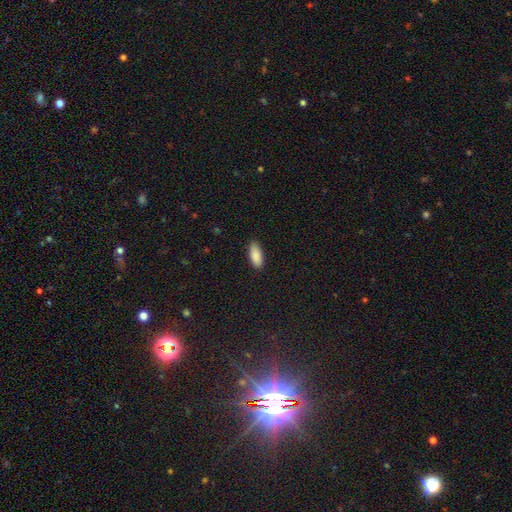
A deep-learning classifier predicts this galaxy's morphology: Q: Smooth or featured?
A: smooth (89%); runner-up: star or artifact (6%)
Q: How rounded?
A: in between (80%); runner-up: cigar-shaped (18%)
Q: Merging?
A: none (84%); runner-up: minor disturbance (13%)